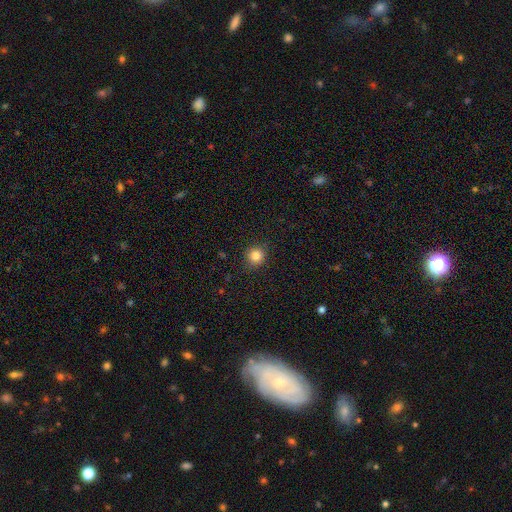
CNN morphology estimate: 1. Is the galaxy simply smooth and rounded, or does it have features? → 84% smooth, 11% star or artifact, 5% featured or disk.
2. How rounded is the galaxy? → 92% round, 7% in between, 1% cigar-shaped.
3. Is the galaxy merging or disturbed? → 90% none, 7% minor disturbance, 2% major disturbance, 1% merger.